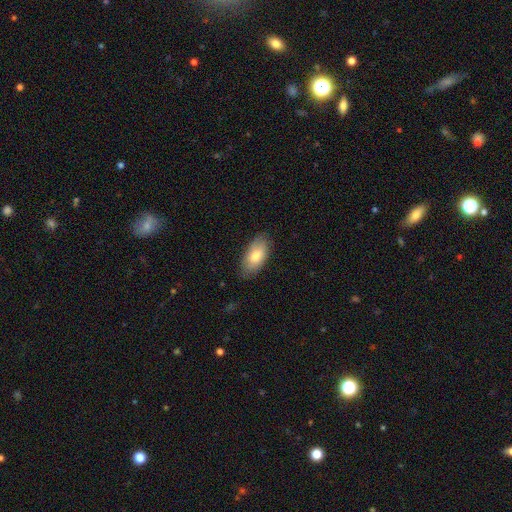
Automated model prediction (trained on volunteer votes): A smooth galaxy with no disk features (79%) that is in between round and cigar-shaped (92%).

Vote fractions:
- Smooth or featured? smooth: 79% / featured or disk: 16% / star or artifact: 6%
- How rounded? in between: 92% / cigar-shaped: 5% / round: 2%
- Merging? none: 82% / minor disturbance: 15% / major disturbance: 3% / merger: 1%